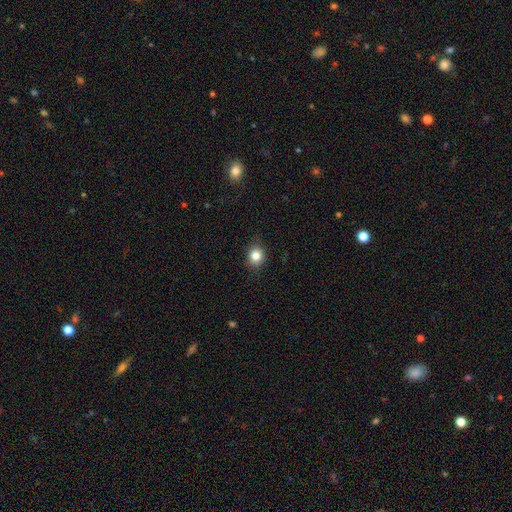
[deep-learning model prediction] Q: Smooth or featured?
A: smooth (83%); runner-up: star or artifact (11%)
Q: How rounded?
A: round (71%); runner-up: in between (28%)
Q: Merging?
A: none (86%); runner-up: minor disturbance (10%)